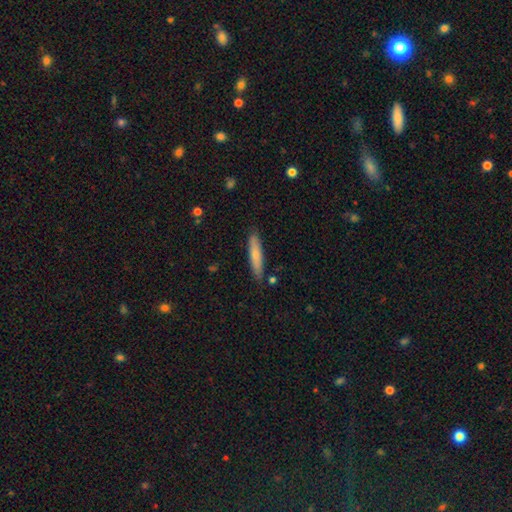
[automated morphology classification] Smooth or featured: smooth — 71% (featured or disk — 23%)
How rounded: cigar-shaped — 84% (in between — 15%)
Merging: none — 84% (minor disturbance — 12%)